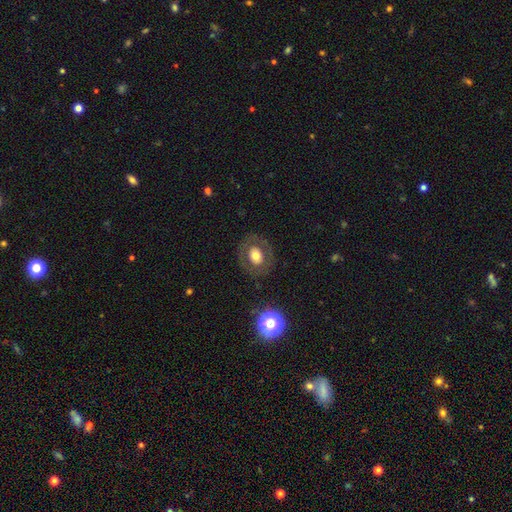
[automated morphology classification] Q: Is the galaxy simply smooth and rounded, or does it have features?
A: smooth — 55%.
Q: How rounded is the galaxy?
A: round — 50%.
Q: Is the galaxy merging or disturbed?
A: none — 81%.